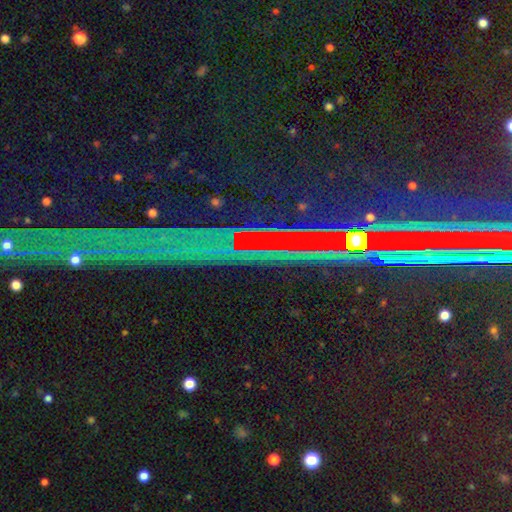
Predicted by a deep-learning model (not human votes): Morphology: type=star or artifact (82%).